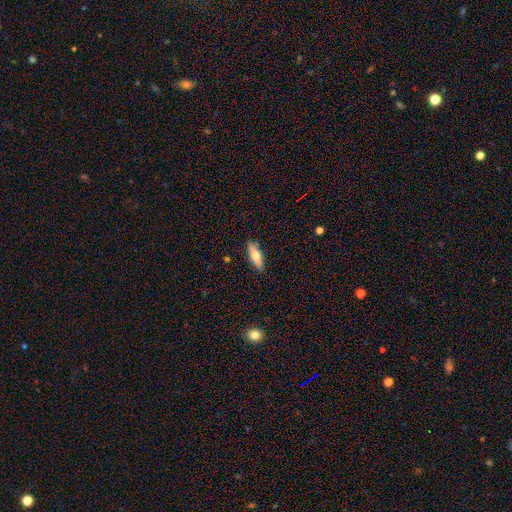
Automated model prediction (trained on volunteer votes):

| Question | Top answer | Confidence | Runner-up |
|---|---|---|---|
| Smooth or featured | smooth | 66% | featured or disk (27%) |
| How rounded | cigar-shaped | 52% | in between (46%) |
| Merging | none | 87% | minor disturbance (10%) |